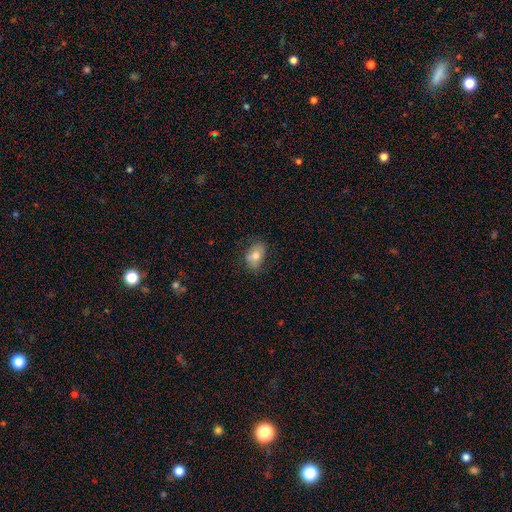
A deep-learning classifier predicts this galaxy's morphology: smooth 74%, featured or disk 18%, star or artifact 8%. Down the decision tree: how rounded — in between (84%); merging — none (75%).